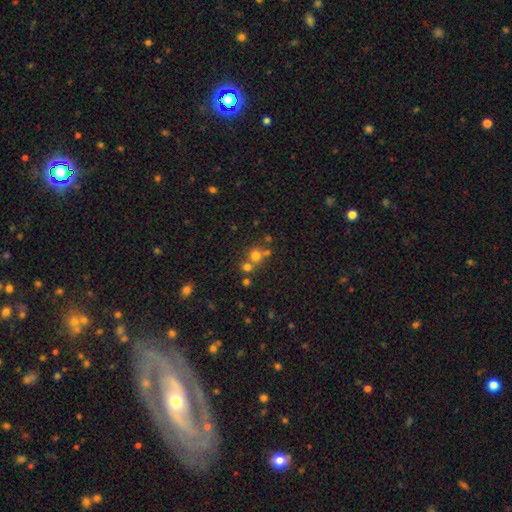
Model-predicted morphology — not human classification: smooth 68%, star or artifact 20%, featured or disk 13%. Down the decision tree: how rounded — round (87%); merging — none (52%).